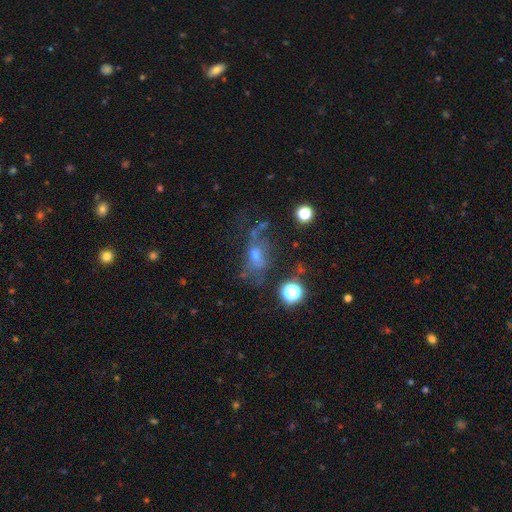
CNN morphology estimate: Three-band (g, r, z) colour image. It shows a featured or disk galaxy (39%). Merging: none (39%).